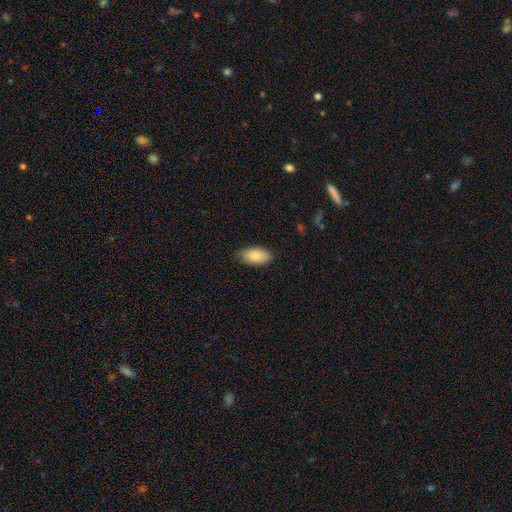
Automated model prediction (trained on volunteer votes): A smooth galaxy with no disk features (87%) that is in between round and cigar-shaped (94%).

Vote fractions:
- Smooth or featured? smooth: 87% / featured or disk: 7% / star or artifact: 6%
- How rounded? in between: 94% / cigar-shaped: 3% / round: 3%
- Merging? none: 82% / minor disturbance: 14% / major disturbance: 2% / merger: 1%